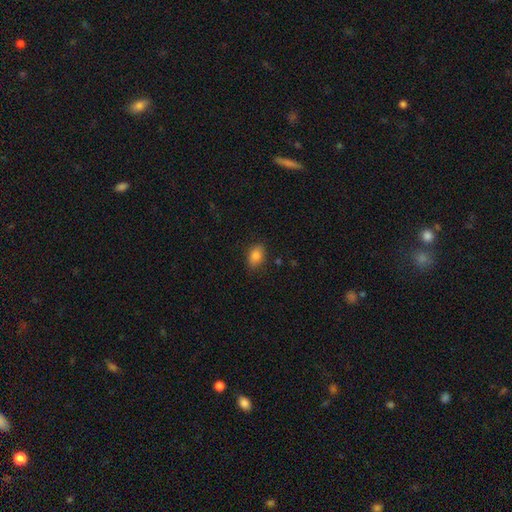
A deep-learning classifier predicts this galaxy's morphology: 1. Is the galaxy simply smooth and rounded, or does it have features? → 84% smooth, 9% star or artifact, 7% featured or disk.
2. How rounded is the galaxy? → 83% in between, 16% round, 2% cigar-shaped.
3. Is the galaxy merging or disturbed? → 84% none, 12% minor disturbance, 3% major disturbance, 1% merger.